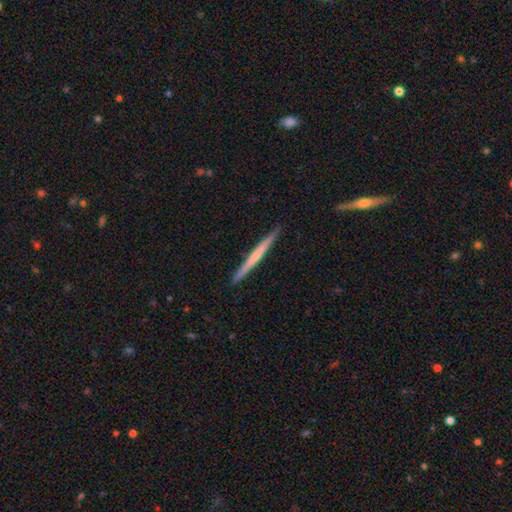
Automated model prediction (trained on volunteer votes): Overall: featured or disk (53%; smooth 42%). Edge-on disk: yes (98%). Edge-on bulge: none (73%). Merging: none (92%).